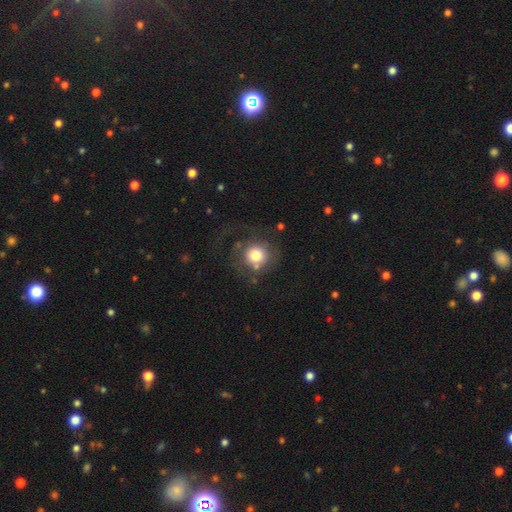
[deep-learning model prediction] A smooth galaxy with no disk features (66%) that is round (89%). Merging: none (52%).